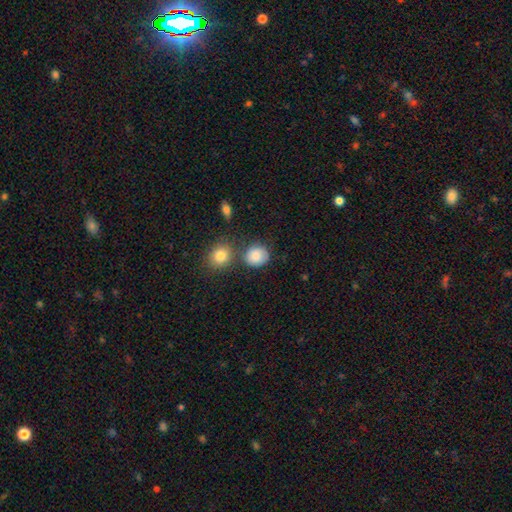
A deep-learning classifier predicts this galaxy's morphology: Overall: smooth (85%). How rounded: round (79%). Merging: none (70%).